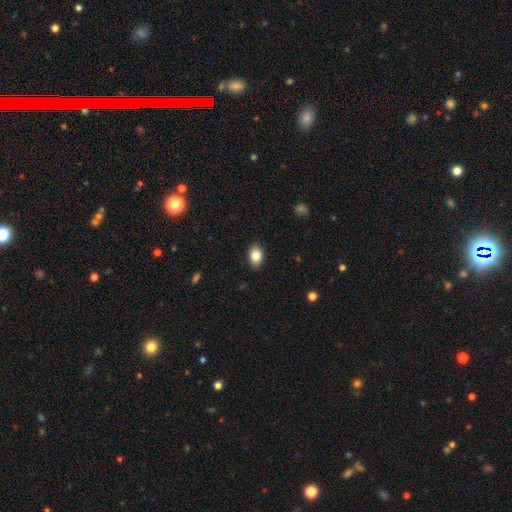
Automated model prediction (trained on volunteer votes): A smooth galaxy with no disk features (84%) that is in between round and cigar-shaped (86%). Merging: none (89%).